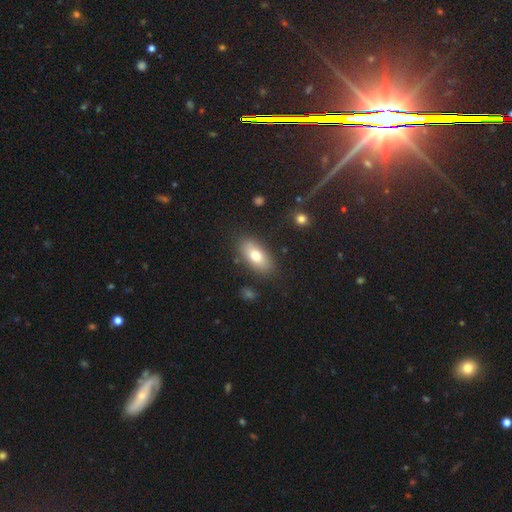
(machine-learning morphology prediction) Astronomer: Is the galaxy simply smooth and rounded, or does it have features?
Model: smooth — 72%.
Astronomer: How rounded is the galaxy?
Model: in between — 88%.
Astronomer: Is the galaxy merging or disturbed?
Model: none — 83%.